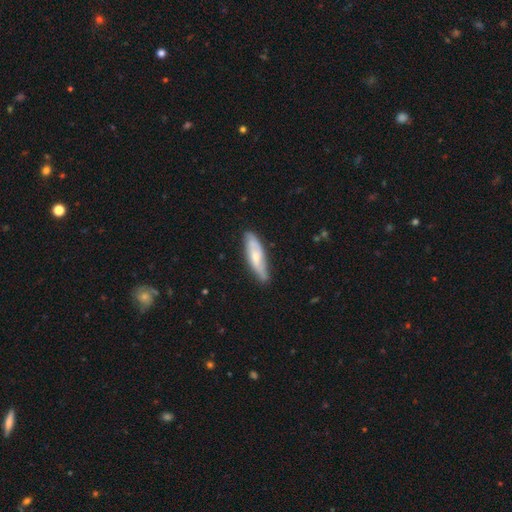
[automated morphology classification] Q: Smooth or featured?
A: smooth (48%); runner-up: featured or disk (46%)
Q: Merging?
A: none (75%); runner-up: minor disturbance (20%)